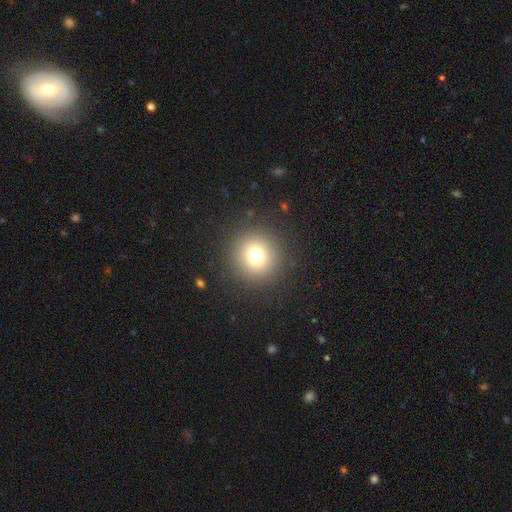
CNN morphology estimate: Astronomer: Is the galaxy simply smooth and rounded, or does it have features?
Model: smooth — 75%.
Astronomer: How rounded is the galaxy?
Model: round — 94%.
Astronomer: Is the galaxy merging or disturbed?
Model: none — 90%.